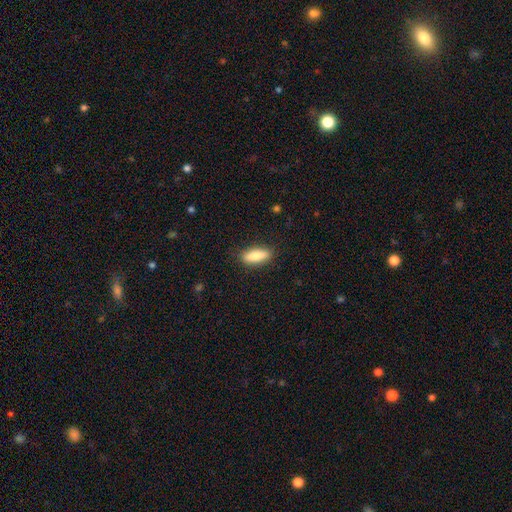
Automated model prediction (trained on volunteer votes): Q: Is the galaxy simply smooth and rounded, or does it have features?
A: smooth — 82%.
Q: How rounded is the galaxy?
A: in between — 66%.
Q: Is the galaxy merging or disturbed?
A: none — 86%.